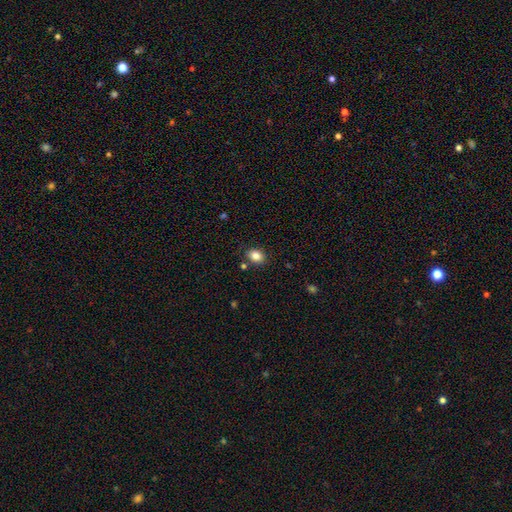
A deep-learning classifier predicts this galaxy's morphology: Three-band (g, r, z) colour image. It shows a smooth galaxy with no disk features (84%) that is in between round and cigar-shaped (60%). Merging: none (82%).